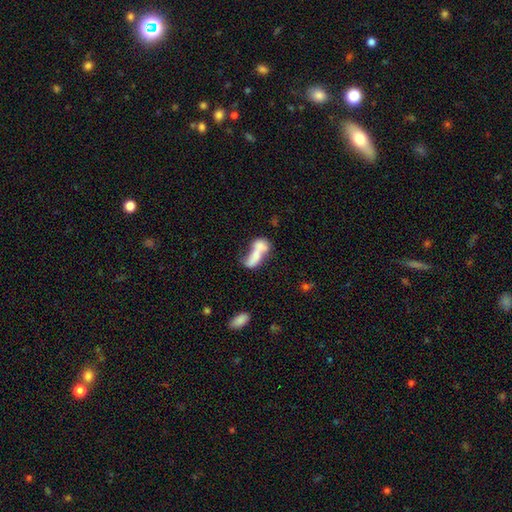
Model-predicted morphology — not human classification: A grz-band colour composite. It shows a smooth galaxy with no disk features (59%) that is in between round and cigar-shaped (65%). Merging: merger (55%).